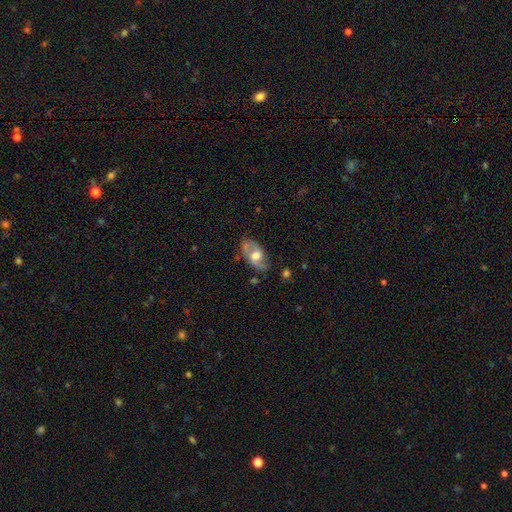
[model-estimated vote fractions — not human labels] Smooth or featured: featured or disk — 64% (smooth — 31%)
Edge-on disk: no — 91% (yes — 9%)
Bar: no — 57% (weak — 34%)
Spiral arms: yes — 71% (no — 29%)
Bulge size: moderate — 56% (large — 33%)
Merging: none — 72% (minor disturbance — 19%)